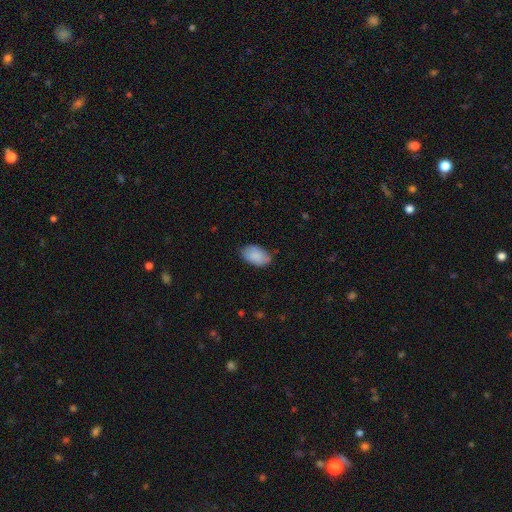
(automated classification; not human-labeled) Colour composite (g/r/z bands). It shows a smooth galaxy with no disk features (88%) that is in between round and cigar-shaped (94%). Merging: none (80%).